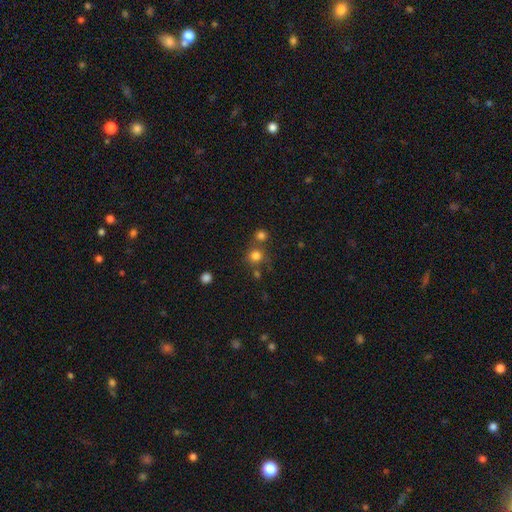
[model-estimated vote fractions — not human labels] Smooth or featured: smooth — 77% (star or artifact — 16%)
How rounded: round — 90% (in between — 9%)
Merging: none — 66% (merger — 22%)